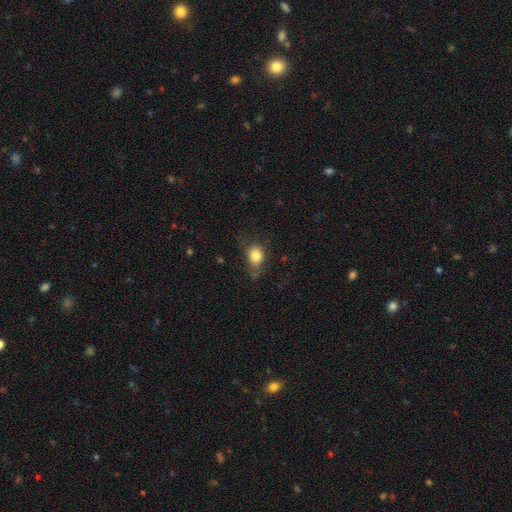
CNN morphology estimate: Q: Smooth or featured?
A: smooth (81%); runner-up: star or artifact (10%)
Q: How rounded?
A: in between (52%); runner-up: round (46%)
Q: Merging?
A: none (55%); runner-up: minor disturbance (29%)